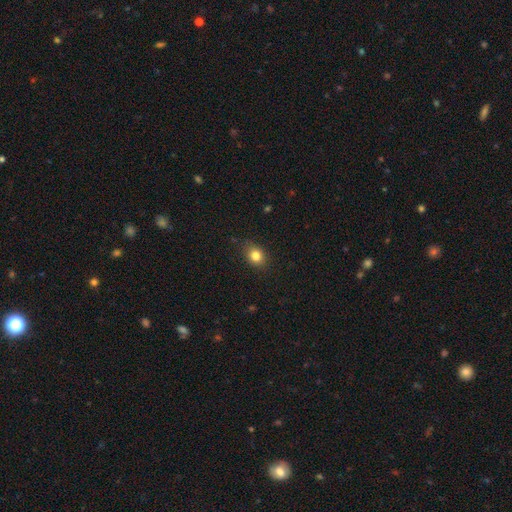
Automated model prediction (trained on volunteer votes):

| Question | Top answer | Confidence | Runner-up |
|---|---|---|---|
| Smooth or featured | smooth | 82% | star or artifact (11%) |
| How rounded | round | 55% | in between (44%) |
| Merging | none | 82% | minor disturbance (14%) |